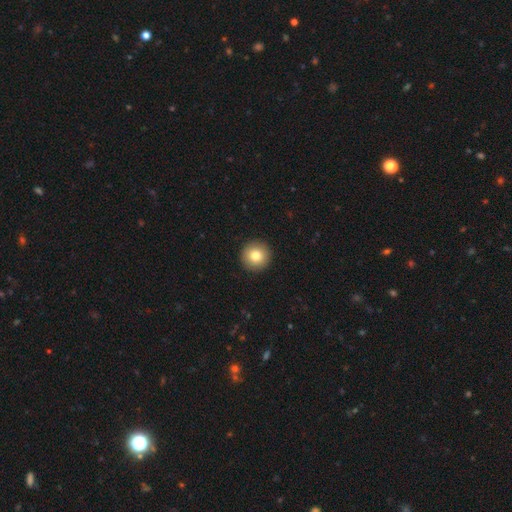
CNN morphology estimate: Q: Smooth or featured?
A: smooth (80%); runner-up: featured or disk (10%)
Q: How rounded?
A: round (96%); runner-up: in between (3%)
Q: Merging?
A: none (93%); runner-up: minor disturbance (4%)